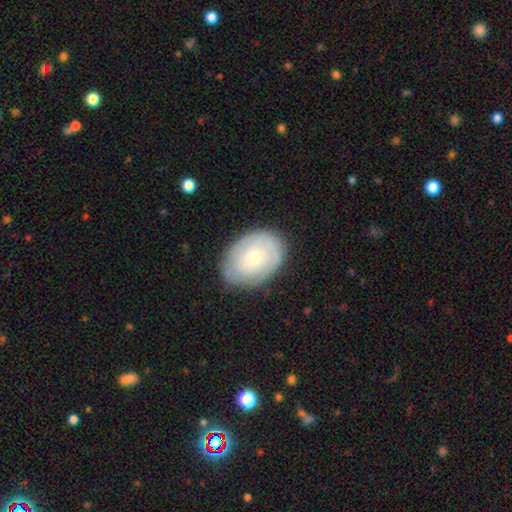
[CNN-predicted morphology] Smooth or featured?
  - smooth: 48% *
  - featured or disk: 45%
  - star or artifact: 6%
Merging?
  - none: 77% *
  - minor disturbance: 17%
  - major disturbance: 4%
  - merger: 1%